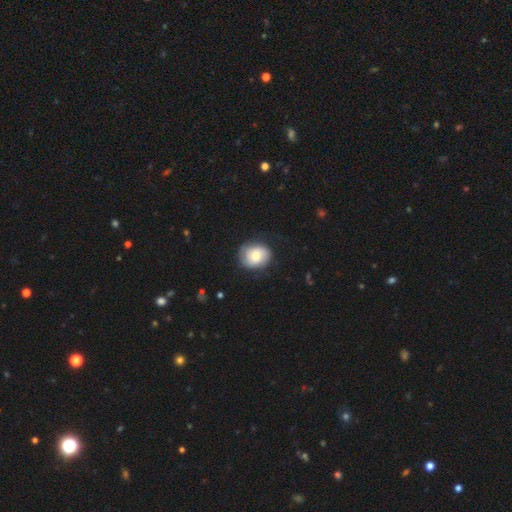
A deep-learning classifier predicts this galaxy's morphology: Smooth or featured? smooth (56%)
How rounded? round (65%)
Merging? none (72%)